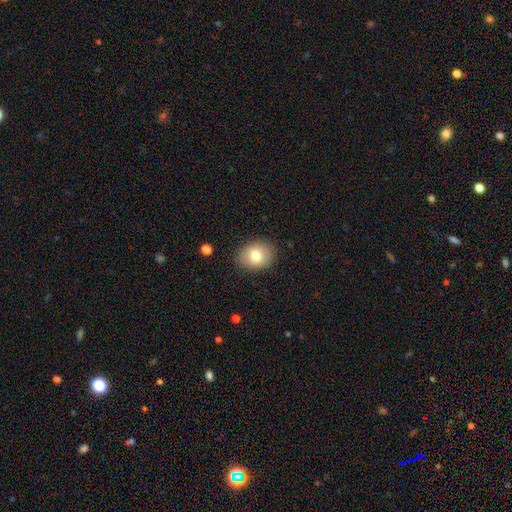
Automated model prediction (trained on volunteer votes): A smooth galaxy with no disk features (78%) that is in between round and cigar-shaped (56%). Merging: none (86%).